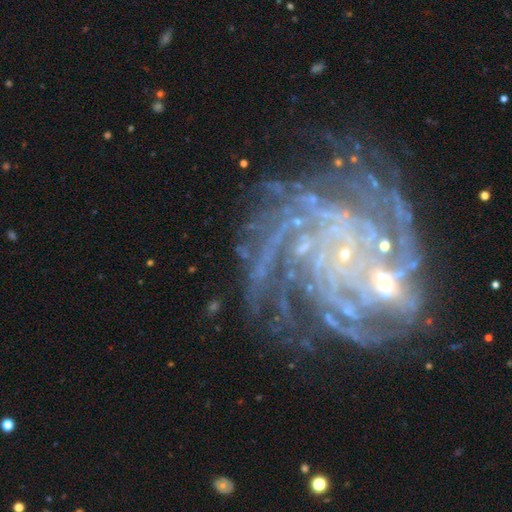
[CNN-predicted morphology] Smooth or featured? Predicted: featured or disk (p=0.87). Edge-on disk? Predicted: no (p=0.98). Bar? Predicted: no (p=0.66). Spiral arms? Predicted: yes (p=0.97). Spiral winding? Predicted: tight (p=0.68). Spiral arm count? Predicted: more than 4 (p=0.33). Bulge size? Predicted: small (p=0.81). Merging? Predicted: none (p=0.62).